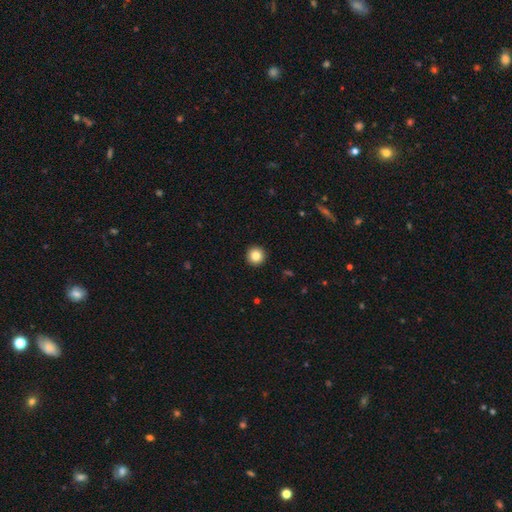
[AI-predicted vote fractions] Smooth or featured? smooth (84%)
How rounded? round (96%)
Merging? none (94%)